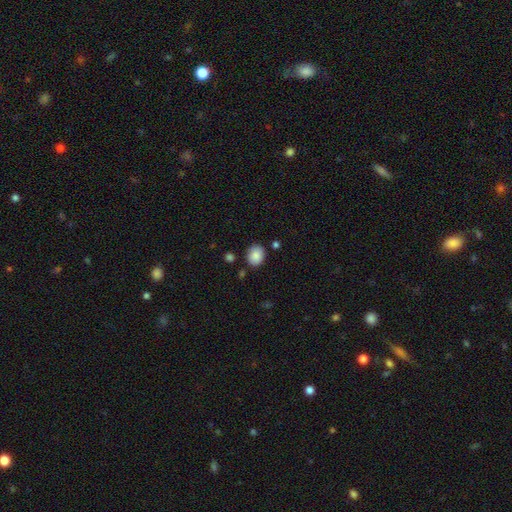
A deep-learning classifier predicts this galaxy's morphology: smooth-or-featured: smooth: 87% | star or artifact: 8% | featured or disk: 5%
  how-rounded: round: 53% | in between: 46% | cigar-shaped: 1%
  merging: none: 81% | minor disturbance: 12% | merger: 4% | major disturbance: 3%